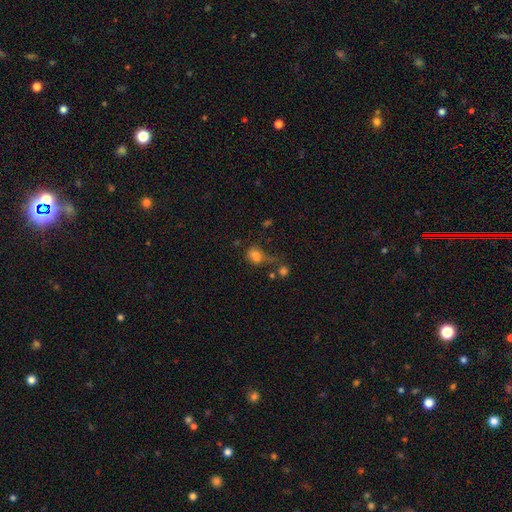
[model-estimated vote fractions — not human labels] Q: Smooth or featured?
A: smooth (77%); runner-up: star or artifact (14%)
Q: How rounded?
A: in between (55%); runner-up: round (43%)
Q: Merging?
A: none (35%); runner-up: minor disturbance (25%)